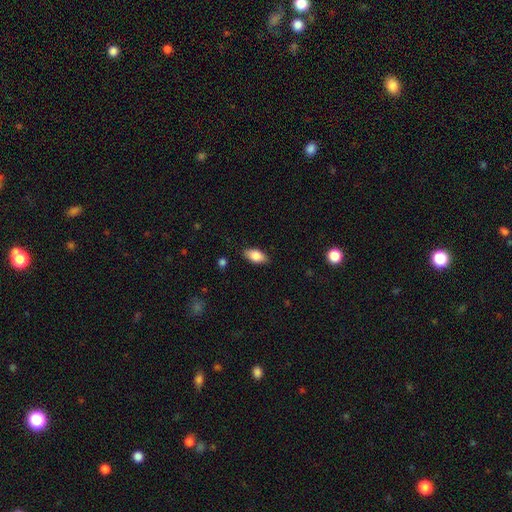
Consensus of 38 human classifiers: Smooth or featured?
  - smooth: 76% *
  - featured or disk: 13%
  - star or artifact: 11%
How rounded?
  - in between: 100% *
  - round: 0%
  - cigar-shaped: 0%
Merging?
  - none: 91% *
  - major disturbance: 6%
  - minor disturbance: 3%
  - merger: 0%